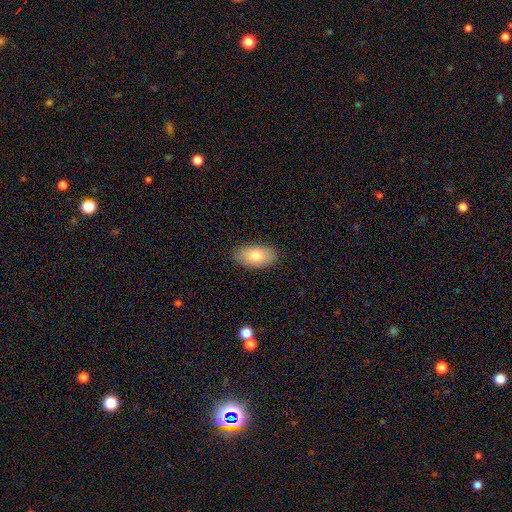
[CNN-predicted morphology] This is likely a smooth galaxy (78%). How rounded: clearly in between (94%). Merging: clearly none (87%).